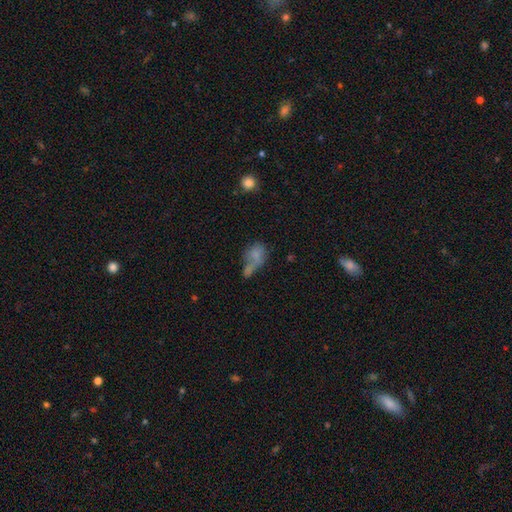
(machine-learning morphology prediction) Smooth or featured? smooth (69%)
How rounded? in between (70%)
Merging? merger (46%)